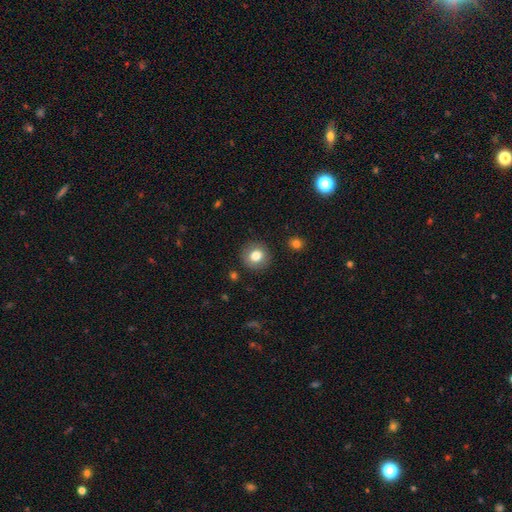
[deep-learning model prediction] smooth 80%, featured or disk 11%, star or artifact 10%. Down the decision tree: how rounded — round (90%); merging — none (89%).